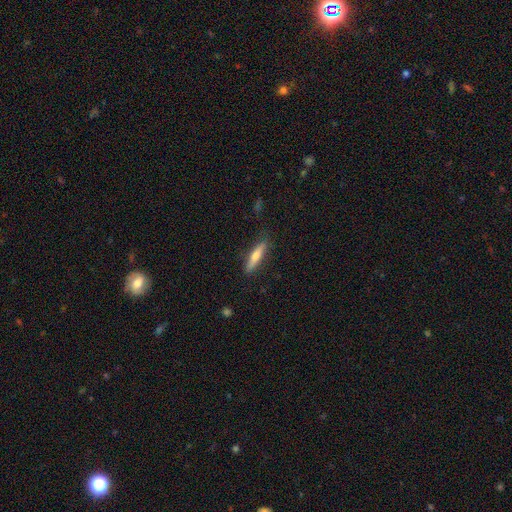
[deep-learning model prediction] smooth-or-featured: smooth: 60% | featured or disk: 34% | star or artifact: 6%
  how-rounded: cigar-shaped: 86% | in between: 12% | round: 2%
  merging: none: 86% | minor disturbance: 11% | major disturbance: 2% | merger: 1%